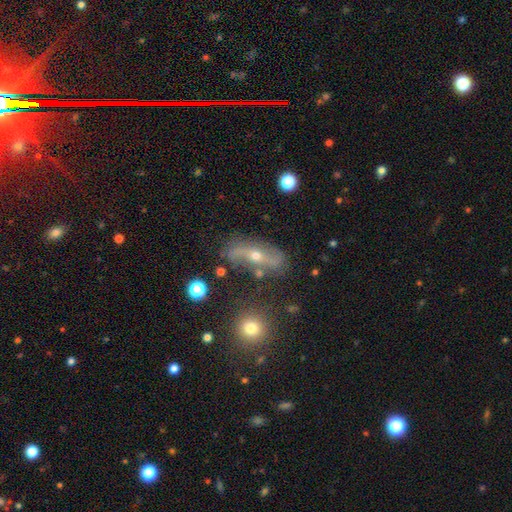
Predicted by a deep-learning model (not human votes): featured or disk 71%, smooth 20%, star or artifact 9%. Down the decision tree: edge-on disk — no (76%); bar — no (51%); spiral arms — yes (78%); bulge size — moderate (50%); merging — none (68%).